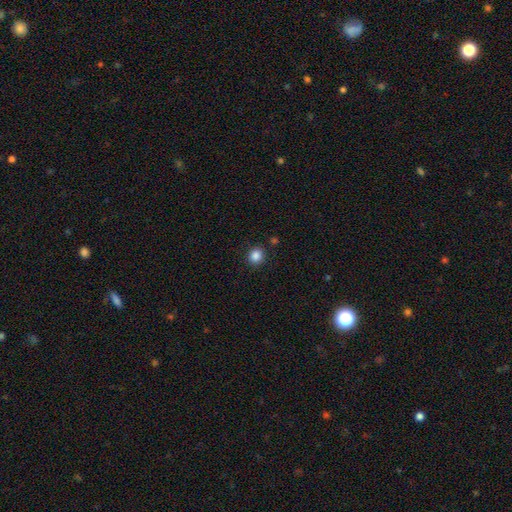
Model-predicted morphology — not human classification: Overall: smooth (86%). How rounded: round (83%). Merging: none (88%).